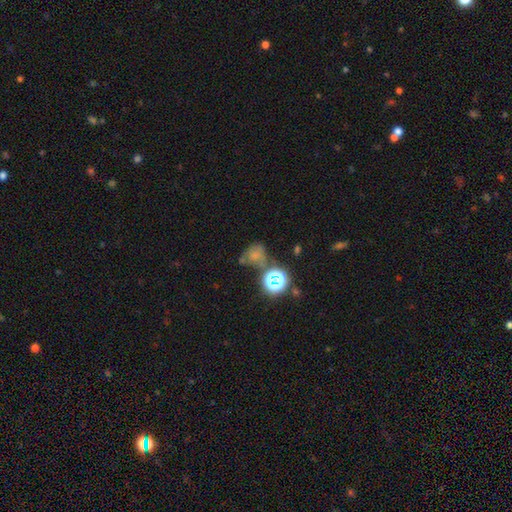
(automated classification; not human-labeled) A smooth galaxy with no disk features (58%) that is round (62%). Merging: none (42%).